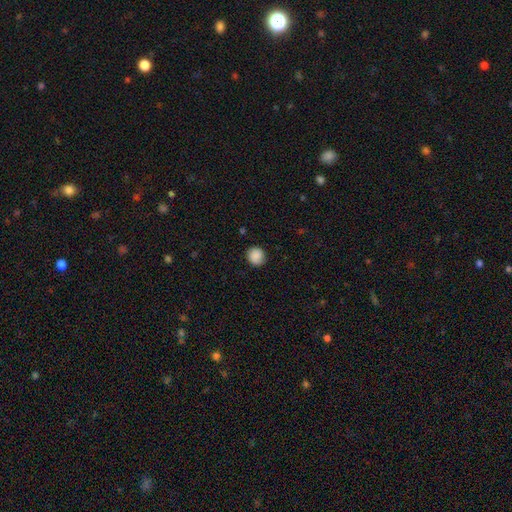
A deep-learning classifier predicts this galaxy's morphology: Smooth or featured: smooth — 88% (star or artifact — 8%)
How rounded: round — 89% (in between — 10%)
Merging: none — 88% (minor disturbance — 9%)